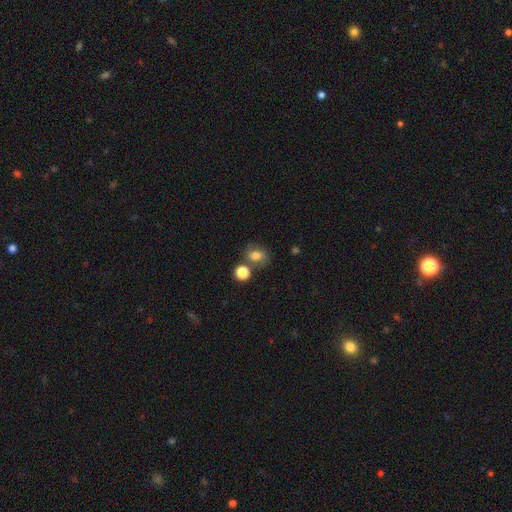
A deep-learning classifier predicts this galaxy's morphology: Smooth or featured? smooth (74%)
How rounded? in between (50%)
Merging? none (59%)